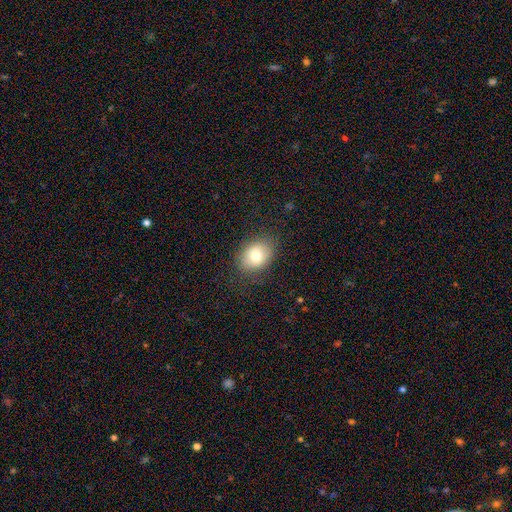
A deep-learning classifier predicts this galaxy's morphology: This appears to be a smooth galaxy with no disk features (77%) that is in between round and cigar-shaped (63%). Merging: none (82%).